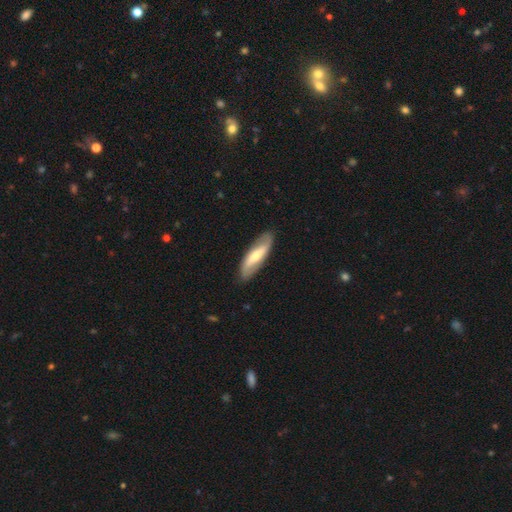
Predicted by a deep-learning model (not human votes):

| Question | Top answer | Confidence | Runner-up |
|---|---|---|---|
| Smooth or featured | featured or disk | 63% | smooth (32%) |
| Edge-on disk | no | 80% | yes (20%) |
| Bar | strong | 41% | weak (36%) |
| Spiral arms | yes | 84% | no (16%) |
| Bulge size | moderate | 46% | small (43%) |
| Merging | none | 85% | minor disturbance (11%) |